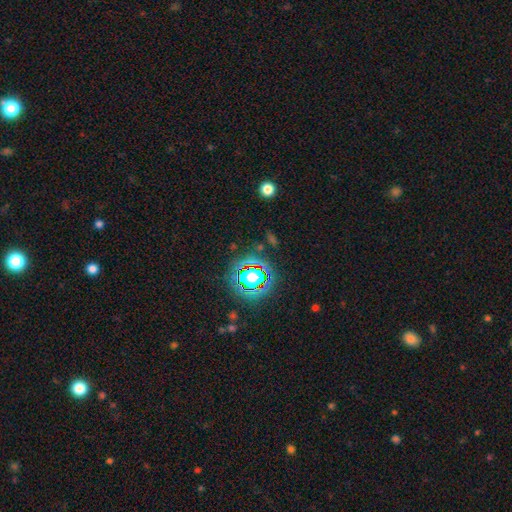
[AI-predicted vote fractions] This appears to be a star or artifact, not a galaxy (82%).